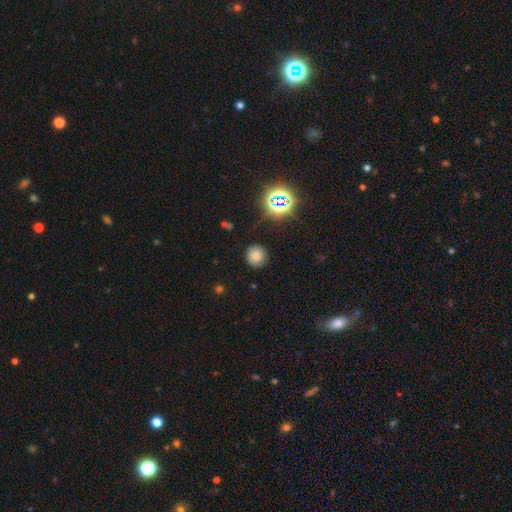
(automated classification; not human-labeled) smooth 73%, star or artifact 19%, featured or disk 8%. Down the decision tree: how rounded — round (91%); merging — none (83%).